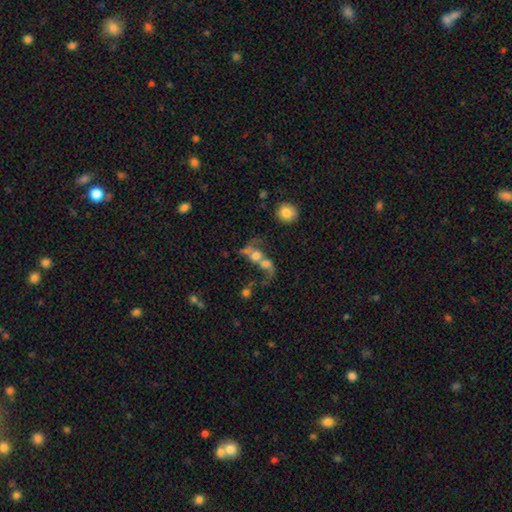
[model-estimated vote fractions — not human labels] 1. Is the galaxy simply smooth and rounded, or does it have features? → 48% featured or disk, 39% smooth, 13% star or artifact.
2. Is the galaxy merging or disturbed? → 65% merger, 15% major disturbance, 14% none, 6% minor disturbance.